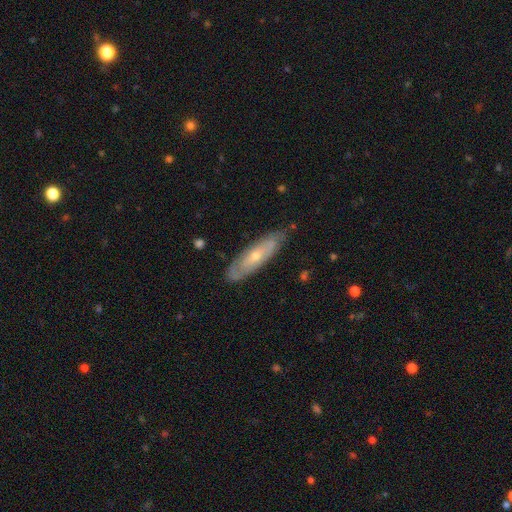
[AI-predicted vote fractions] This appears to be a featured or disk galaxy (62%). Merging: none (78%).